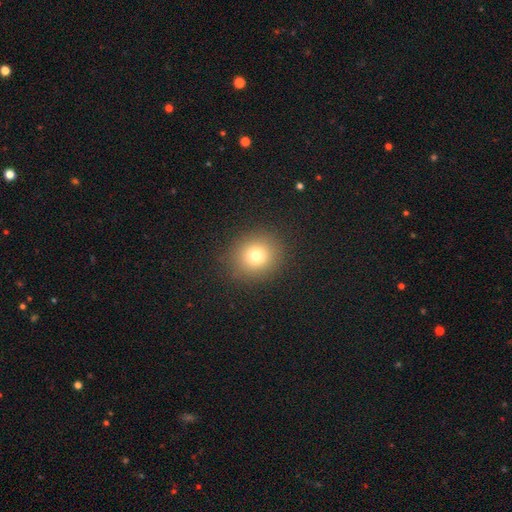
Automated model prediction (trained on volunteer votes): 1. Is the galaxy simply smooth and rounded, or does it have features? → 76% smooth, 15% star or artifact, 9% featured or disk.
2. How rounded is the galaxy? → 85% round, 14% in between, 1% cigar-shaped.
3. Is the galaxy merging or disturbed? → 89% none, 7% minor disturbance, 3% major disturbance, 1% merger.